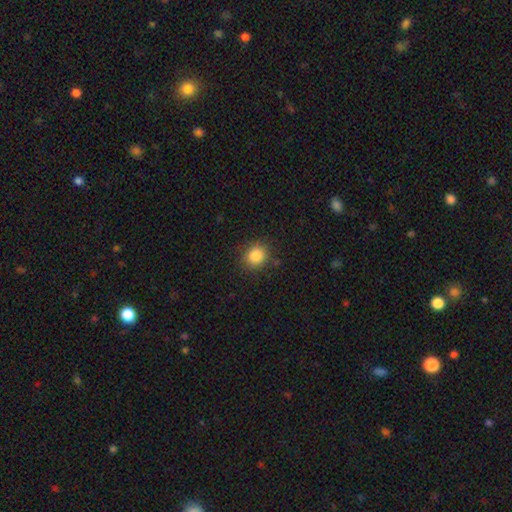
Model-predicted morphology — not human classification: Smooth or featured?
  - smooth: 85% *
  - star or artifact: 11%
  - featured or disk: 5%
How rounded?
  - round: 78% *
  - in between: 21%
  - cigar-shaped: 1%
Merging?
  - none: 86% *
  - minor disturbance: 10%
  - major disturbance: 3%
  - merger: 1%